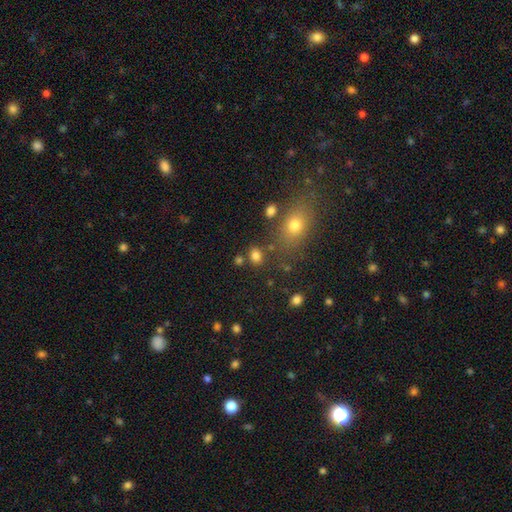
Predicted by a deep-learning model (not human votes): The model was most divided on "how rounded": round: 50%, in between: 49%, cigar-shaped: 1%. More confident: smooth or featured — smooth (79%); merging — none (74%).